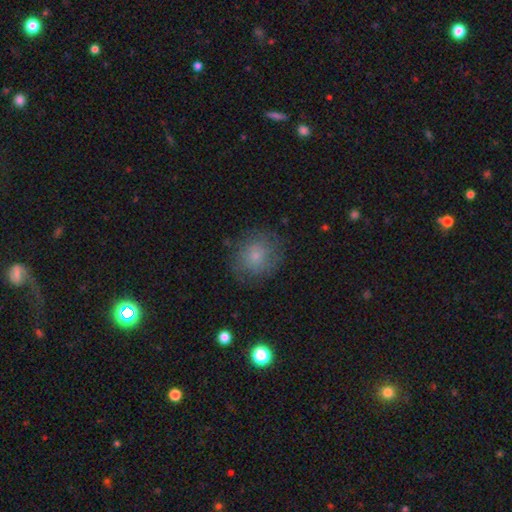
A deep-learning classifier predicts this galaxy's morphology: Smooth or featured? smooth (69%)
How rounded? round (83%)
Merging? none (75%)